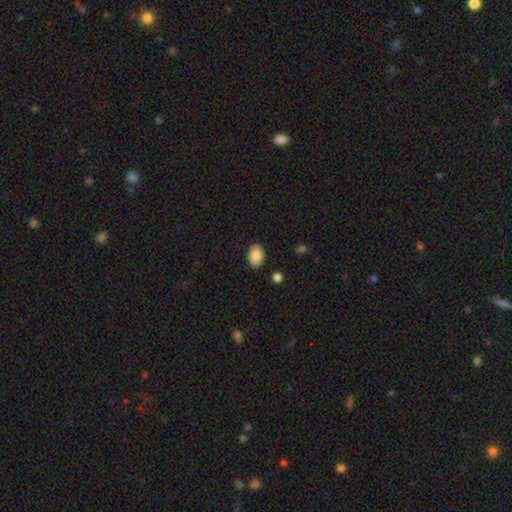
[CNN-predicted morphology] Smooth or featured: smooth — 89% (star or artifact — 7%)
How rounded: in between — 87% (round — 12%)
Merging: none — 87% (minor disturbance — 9%)